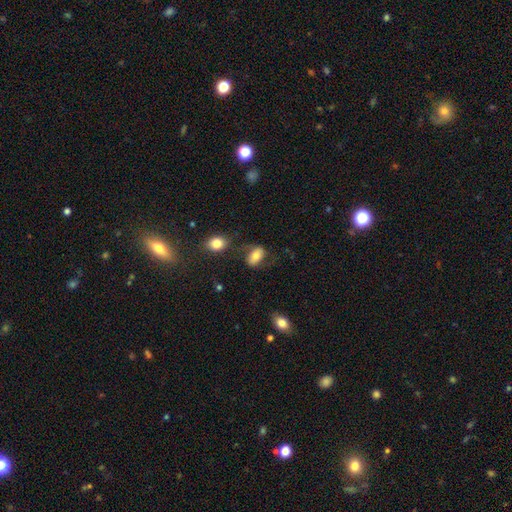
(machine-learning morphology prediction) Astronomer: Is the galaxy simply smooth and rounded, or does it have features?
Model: smooth — 69%.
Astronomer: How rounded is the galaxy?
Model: in between — 87%.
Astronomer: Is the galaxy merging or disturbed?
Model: none — 60%.